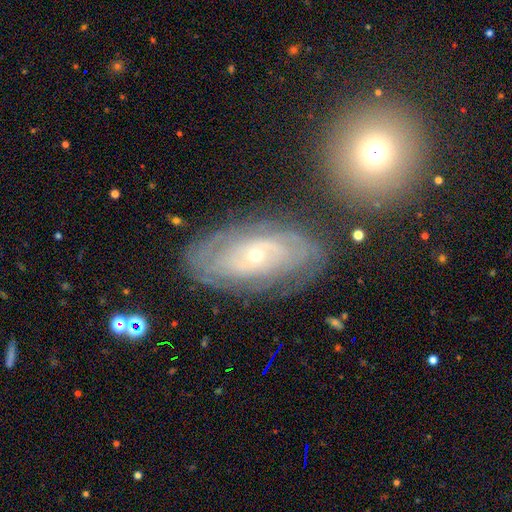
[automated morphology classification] Smooth or featured? Predicted: featured or disk (p=0.79). Edge-on disk? Predicted: no (p=0.92). Bar? Predicted: no (p=0.79). Spiral arms? Predicted: yes (p=0.84). Spiral winding? Predicted: tight (p=0.77). Spiral arm count? Predicted: can't tell (p=0.53). Bulge size? Predicted: small (p=0.71). Merging? Predicted: none (p=0.76).